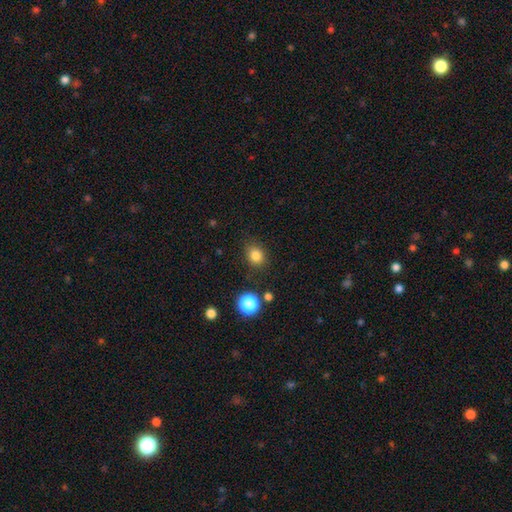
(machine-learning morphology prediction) Q: Smooth or featured?
A: smooth (81%); runner-up: star or artifact (13%)
Q: How rounded?
A: round (61%); runner-up: in between (38%)
Q: Merging?
A: none (82%); runner-up: minor disturbance (12%)